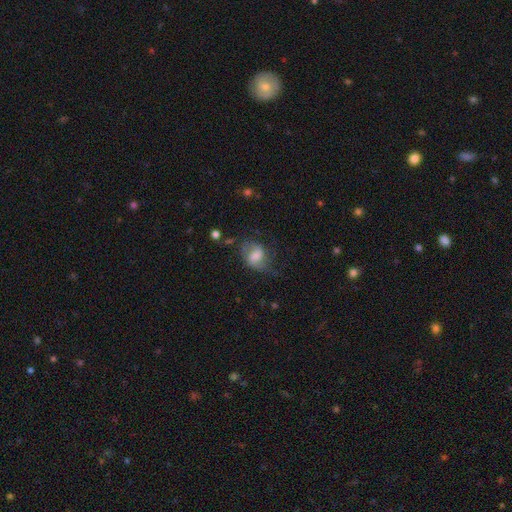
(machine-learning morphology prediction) Smooth or featured? smooth (50%)
How rounded? in between (59%)
Merging? none (47%)